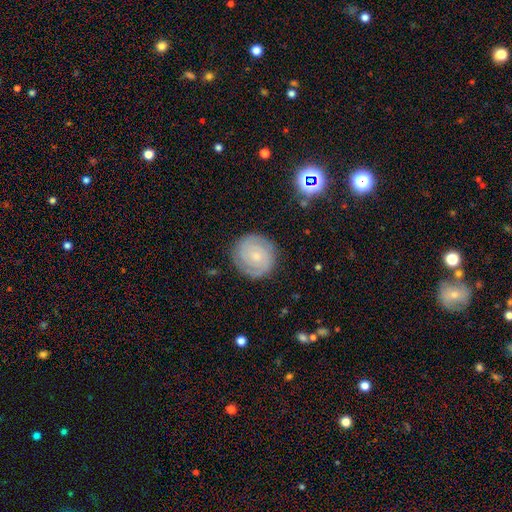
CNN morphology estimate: Smooth or featured? featured or disk (71%)
Edge-on disk? no (98%)
Bar? no (74%)
Spiral arms? yes (92%)
Spiral winding? tight (75%)
Spiral arm count? 2 (58%)
Bulge size? small (74%)
Merging? none (84%)